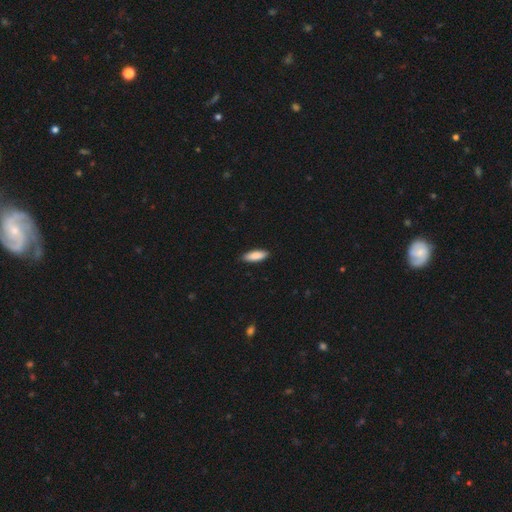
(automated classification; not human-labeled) The model was most divided on "how rounded": in between: 61%, cigar-shaped: 38%, round: 2%. More confident: merging — none (88%); smooth or featured — smooth (86%).